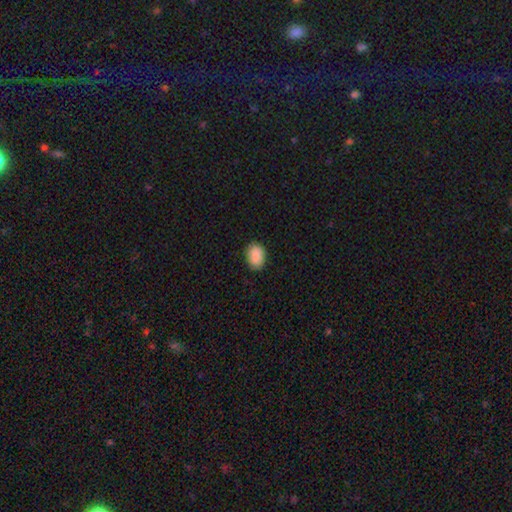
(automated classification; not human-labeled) Overall: smooth (89%). How rounded: in between (80%). Merging: none (86%).